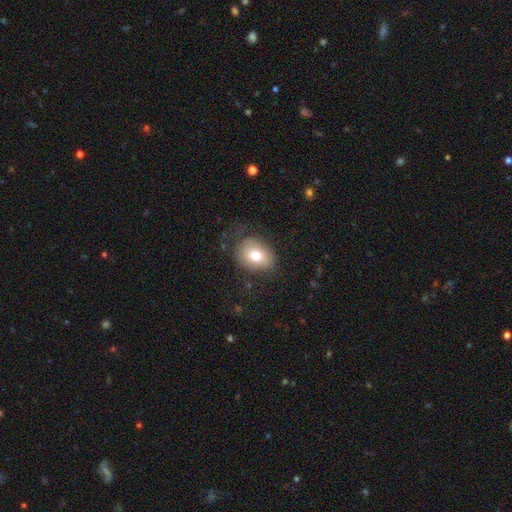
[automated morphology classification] Overall: smooth (75%). How rounded: in between (59%; round 40%). Merging: none (74%).